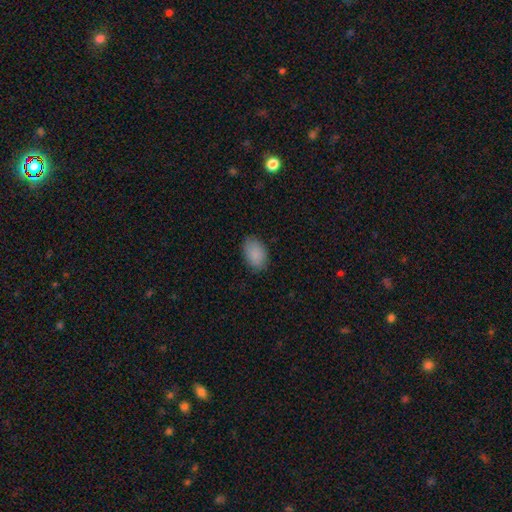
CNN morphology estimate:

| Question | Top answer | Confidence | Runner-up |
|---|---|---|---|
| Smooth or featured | smooth | 88% | star or artifact (6%) |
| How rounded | in between | 90% | round (9%) |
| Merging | none | 84% | minor disturbance (12%) |